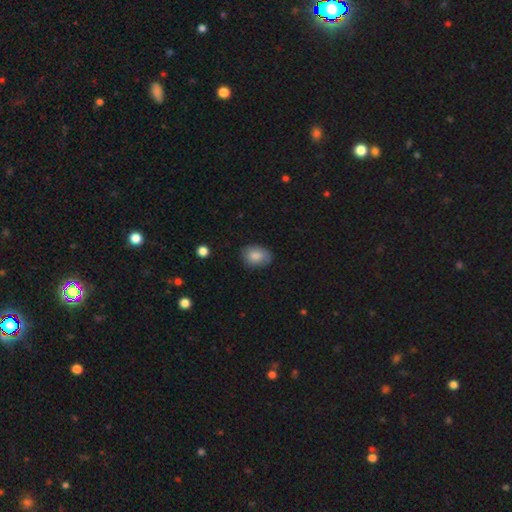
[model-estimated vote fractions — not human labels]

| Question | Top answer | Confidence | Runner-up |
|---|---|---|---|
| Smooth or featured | smooth | 83% | featured or disk (10%) |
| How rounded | in between | 73% | round (26%) |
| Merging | none | 76% | minor disturbance (19%) |